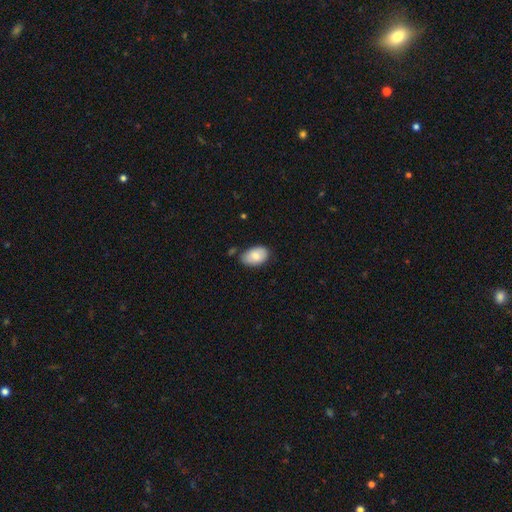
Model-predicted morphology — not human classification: smooth_or_featured: smooth (p=0.80) [alt: featured or disk p=0.13]
how_rounded: in between (p=0.91) [alt: round p=0.08]
merging: none (p=0.72) [alt: minor disturbance p=0.20]